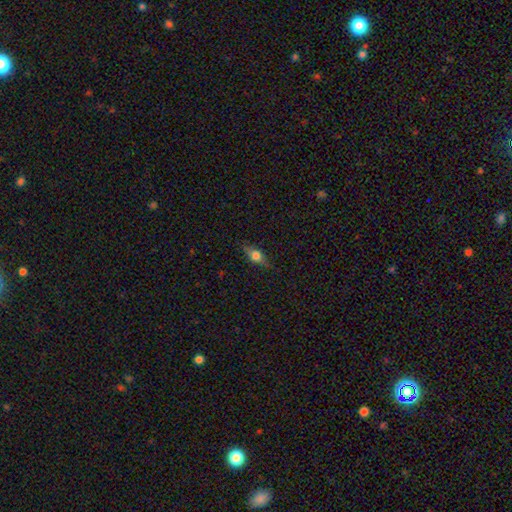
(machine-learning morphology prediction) The model was most divided on "smooth or featured": smooth: 54%, featured or disk: 36%, star or artifact: 10%. More confident: merging — none (81%); how rounded — in between (63%).